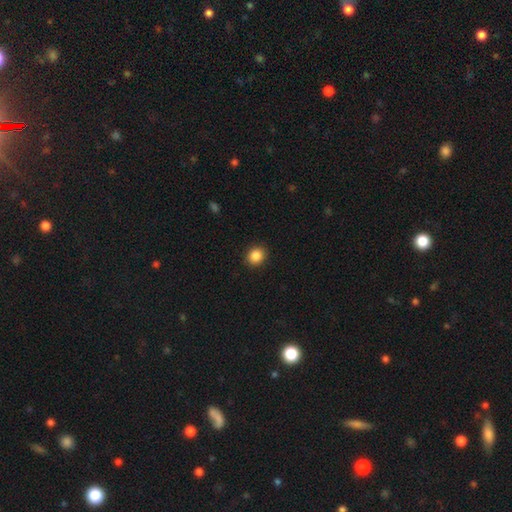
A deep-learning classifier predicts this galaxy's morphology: smooth_or_featured: smooth (p=0.87) [alt: star or artifact p=0.09]
how_rounded: round (p=0.73) [alt: in between p=0.26]
merging: none (p=0.91) [alt: minor disturbance p=0.06]